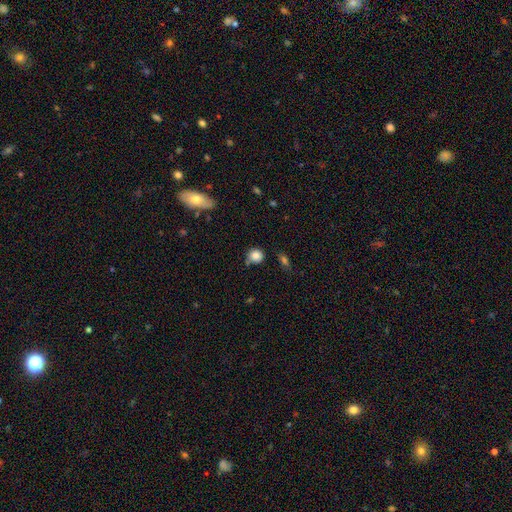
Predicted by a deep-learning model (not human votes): Smooth or featured: smooth — 84% (star or artifact — 10%)
How rounded: round — 88% (in between — 11%)
Merging: none — 72% (minor disturbance — 18%)